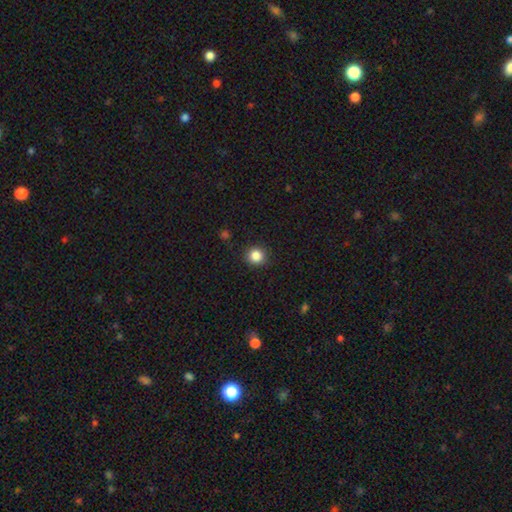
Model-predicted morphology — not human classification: A smooth galaxy with no disk features (85%) that is round (92%). Merging: none (90%).